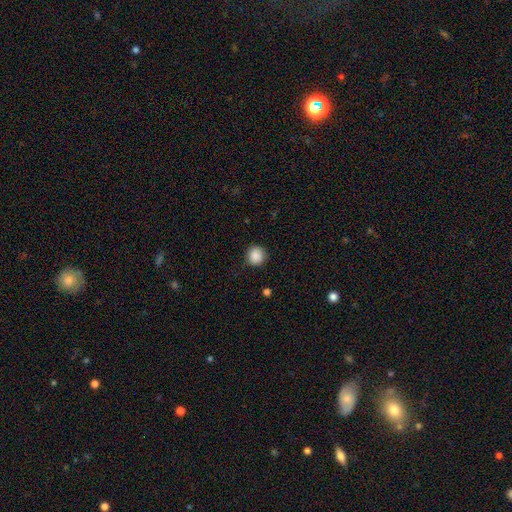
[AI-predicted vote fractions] A smooth galaxy with no disk features (88%) that is round (90%). Merging: none (86%).